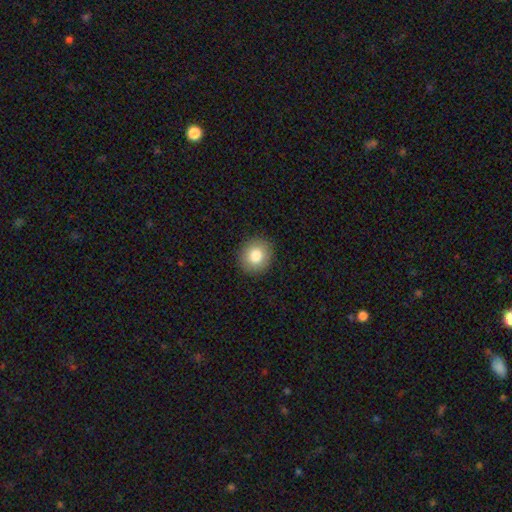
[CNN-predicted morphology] The model was most divided on "how rounded": round: 84%, in between: 15%, cigar-shaped: 1%. More confident: merging — none (91%); smooth or featured — smooth (82%).